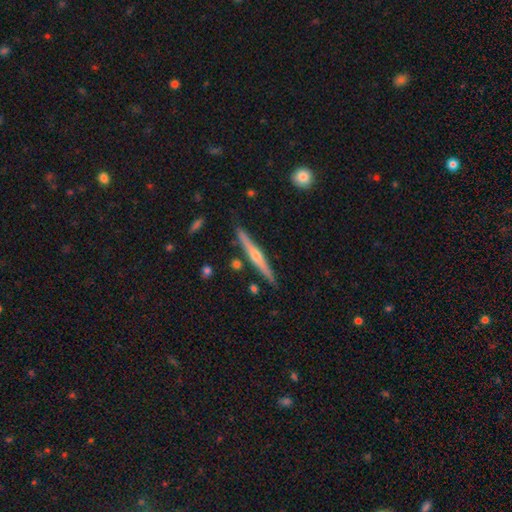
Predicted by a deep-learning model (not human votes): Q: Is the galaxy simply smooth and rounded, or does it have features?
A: featured or disk — 74%.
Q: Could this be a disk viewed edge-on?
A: yes — 98%.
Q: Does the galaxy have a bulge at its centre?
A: rounded — 82%.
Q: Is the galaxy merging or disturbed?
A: none — 89%.